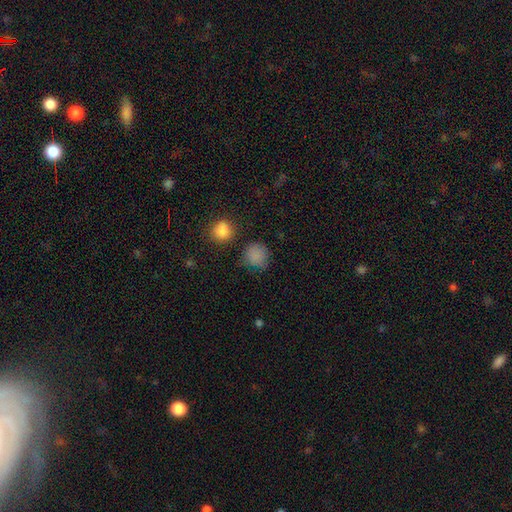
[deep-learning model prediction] Smooth or featured?
  - smooth: 81% *
  - star or artifact: 14%
  - featured or disk: 5%
How rounded?
  - round: 86% *
  - in between: 13%
  - cigar-shaped: 1%
Merging?
  - none: 68% *
  - minor disturbance: 20%
  - major disturbance: 7%
  - merger: 5%